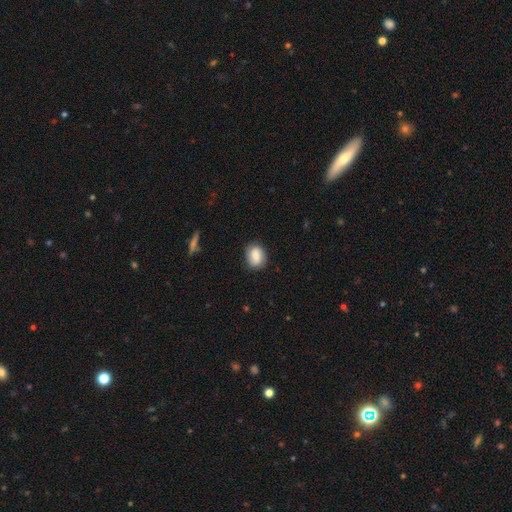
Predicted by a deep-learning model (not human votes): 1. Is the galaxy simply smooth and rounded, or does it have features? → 77% smooth, 15% featured or disk, 8% star or artifact.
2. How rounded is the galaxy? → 58% in between, 40% round, 1% cigar-shaped.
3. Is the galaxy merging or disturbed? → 82% none, 13% minor disturbance, 3% major disturbance, 1% merger.